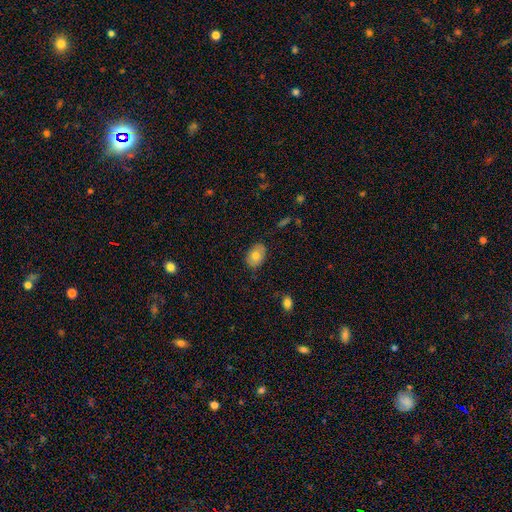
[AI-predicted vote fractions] A smooth galaxy with no disk features (73%) that is in between round and cigar-shaped (80%). Merging: none (83%).